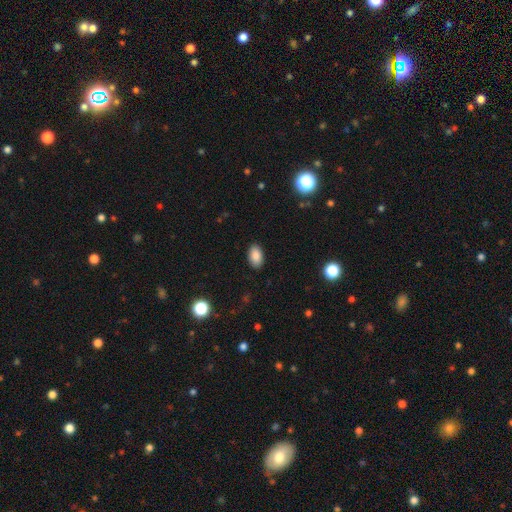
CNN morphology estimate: smooth-or-featured: smooth: 87% | star or artifact: 8% | featured or disk: 5%
  how-rounded: in between: 93% | round: 6% | cigar-shaped: 1%
  merging: none: 89% | minor disturbance: 8% | major disturbance: 2% | merger: 1%